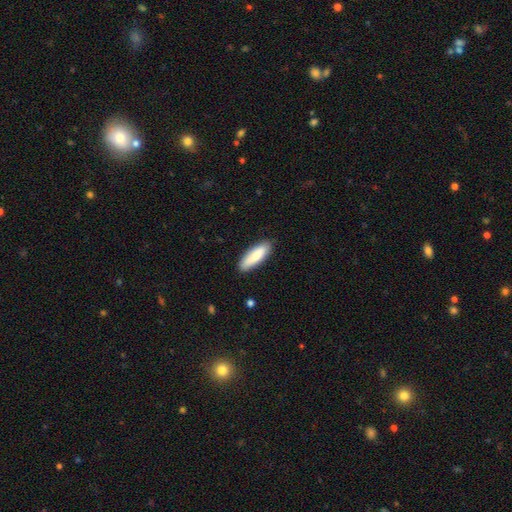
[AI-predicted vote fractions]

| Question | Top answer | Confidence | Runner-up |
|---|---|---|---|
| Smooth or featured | smooth | 84% | featured or disk (10%) |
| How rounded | cigar-shaped | 52% | in between (47%) |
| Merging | none | 87% | minor disturbance (10%) |